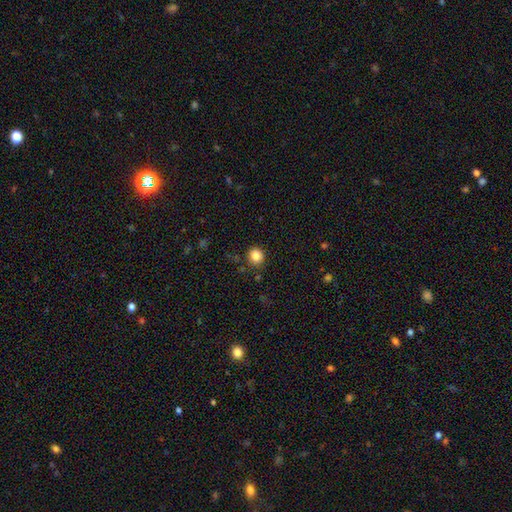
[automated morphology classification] A smooth galaxy with no disk features (84%) that is round (88%).

Vote fractions:
- Smooth or featured? smooth: 84% / star or artifact: 11% / featured or disk: 5%
- How rounded? round: 88% / in between: 12% / cigar-shaped: 1%
- Merging? none: 88% / minor disturbance: 8% / major disturbance: 2% / merger: 2%